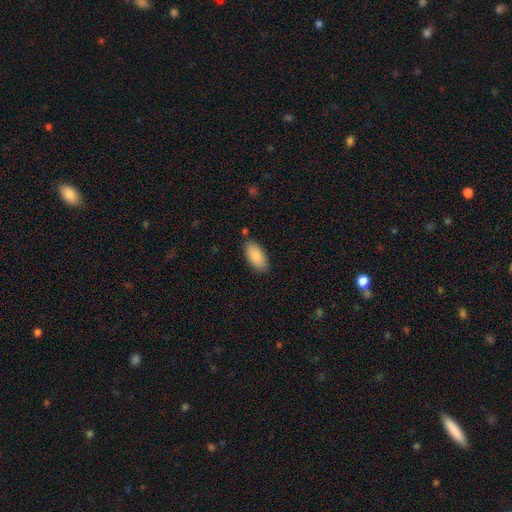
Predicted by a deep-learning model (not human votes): Q: Smooth or featured?
A: smooth (88%); runner-up: featured or disk (6%)
Q: How rounded?
A: in between (92%); runner-up: cigar-shaped (6%)
Q: Merging?
A: none (84%); runner-up: minor disturbance (11%)